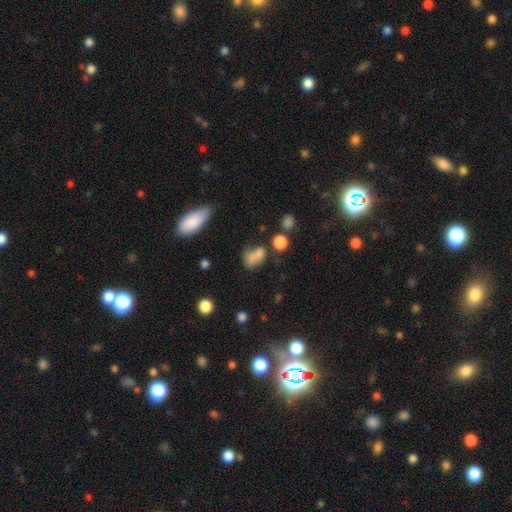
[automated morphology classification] type=smooth (74%); roundness=in between (75%); merging=none (36%).